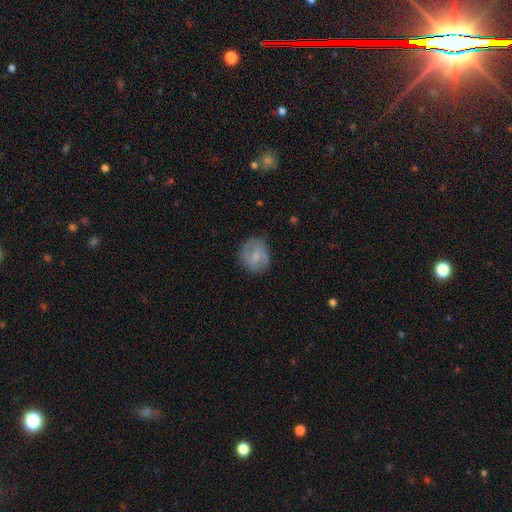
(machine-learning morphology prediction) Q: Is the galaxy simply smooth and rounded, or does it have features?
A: smooth — 50%.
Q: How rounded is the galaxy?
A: round — 68%.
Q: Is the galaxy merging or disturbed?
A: none — 75%.